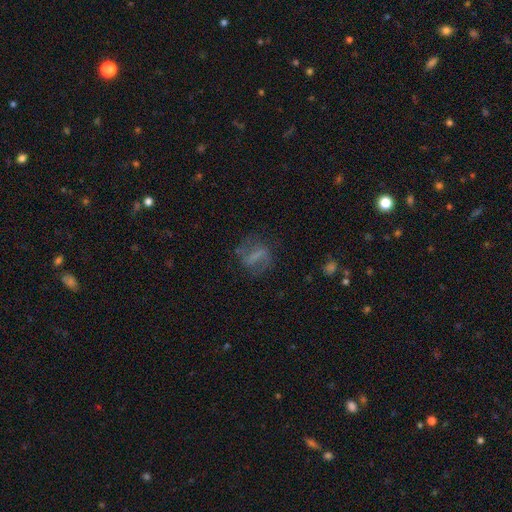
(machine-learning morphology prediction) smooth-or-featured: featured or disk: 55% | smooth: 33% | star or artifact: 12%
  disk-edge-on: no: 95% | yes: 5%
    bar: strong: 51% | weak: 32% | no: 17%
    has-spiral-arms: yes: 67% | no: 33%
    bulge-size: none: 56% | small: 24% | moderate: 14% | large: 5% | dominant: 1%
  merging: none: 65% | minor disturbance: 18% | major disturbance: 14% | merger: 2%